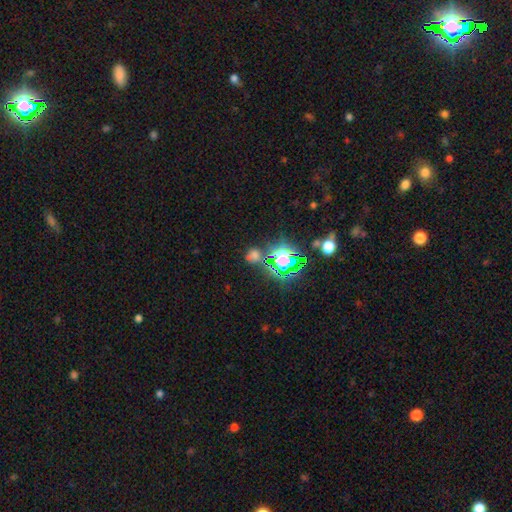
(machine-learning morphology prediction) Smooth or featured?
  - star or artifact: 60% *
  - smooth: 32%
  - featured or disk: 8%